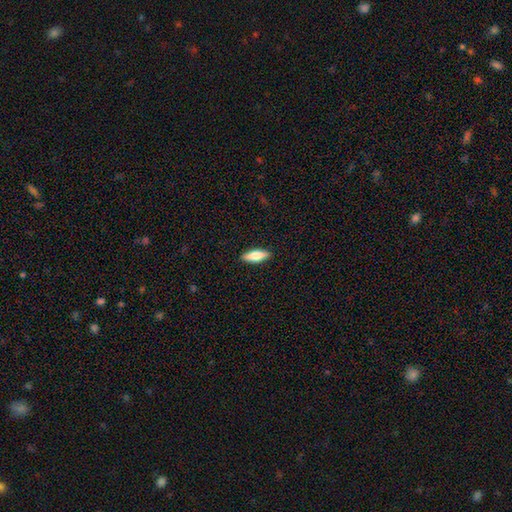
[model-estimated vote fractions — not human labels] This is likely a smooth galaxy (72%). How rounded: possibly in between (59%). Merging: clearly none (90%).